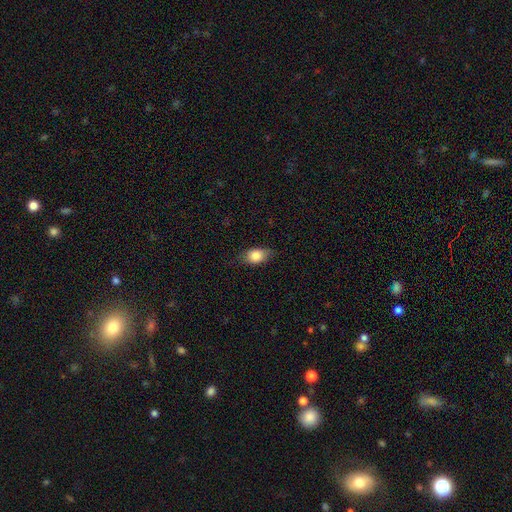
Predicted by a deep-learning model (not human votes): Smooth or featured: smooth — 82% (featured or disk — 11%)
How rounded: in between — 78% (round — 17%)
Merging: none — 73% (minor disturbance — 21%)